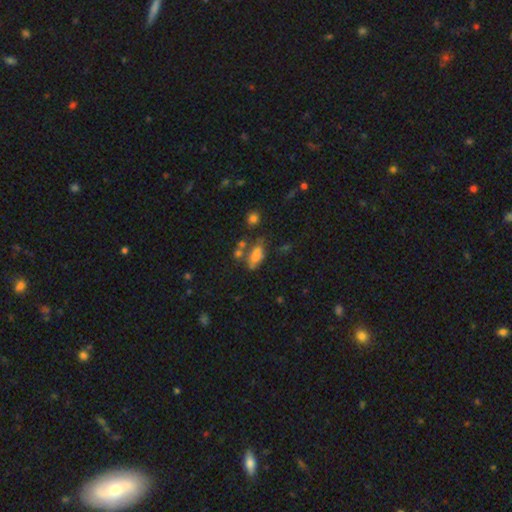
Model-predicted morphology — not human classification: A smooth galaxy with no disk features (64%) that is in between round and cigar-shaped (83%).

Vote fractions:
- Smooth or featured? smooth: 64% / featured or disk: 23% / star or artifact: 13%
- How rounded? in between: 83% / cigar-shaped: 10% / round: 6%
- Merging? none: 42% / minor disturbance: 24% / merger: 18% / major disturbance: 15%